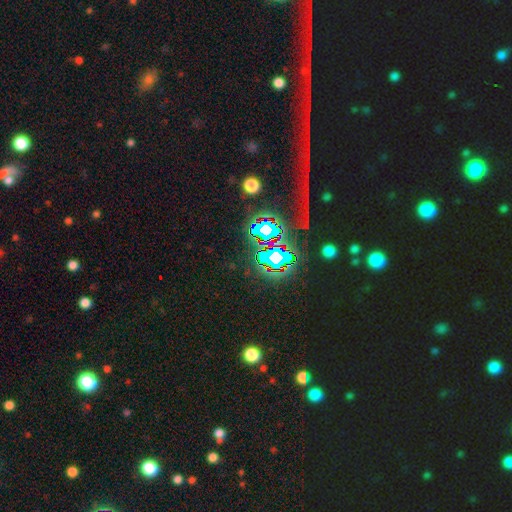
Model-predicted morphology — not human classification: Q: Smooth or featured?
A: star or artifact (83%); runner-up: smooth (9%)